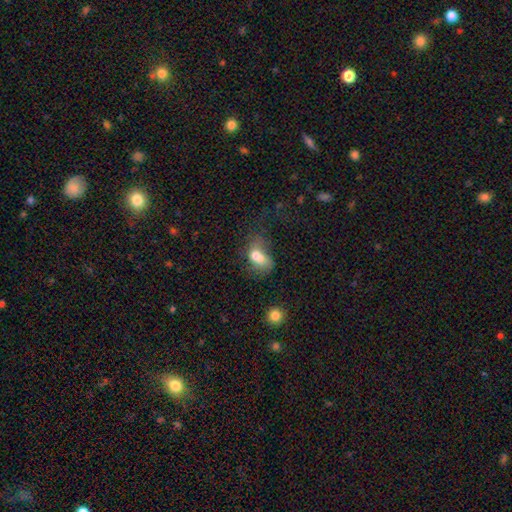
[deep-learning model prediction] The model was most divided on "merging": merger: 37%, major disturbance: 26%, none: 20%, minor disturbance: 17%. More confident: how rounded — in between (75%); smooth or featured — smooth (67%).